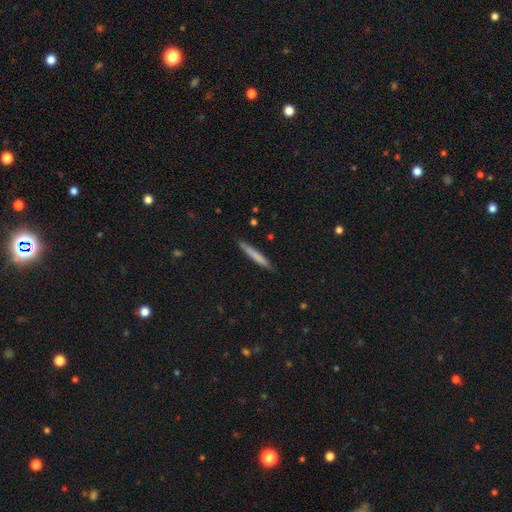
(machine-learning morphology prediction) Smooth or featured: smooth — 73% (featured or disk — 21%)
How rounded: cigar-shaped — 96% (in between — 3%)
Merging: none — 87% (minor disturbance — 10%)